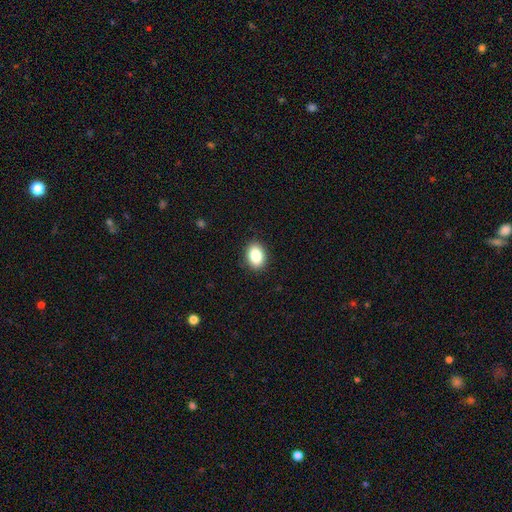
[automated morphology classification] The model was most divided on "how rounded": in between: 77%, round: 22%, cigar-shaped: 1%. More confident: merging — none (89%); smooth or featured — smooth (85%).